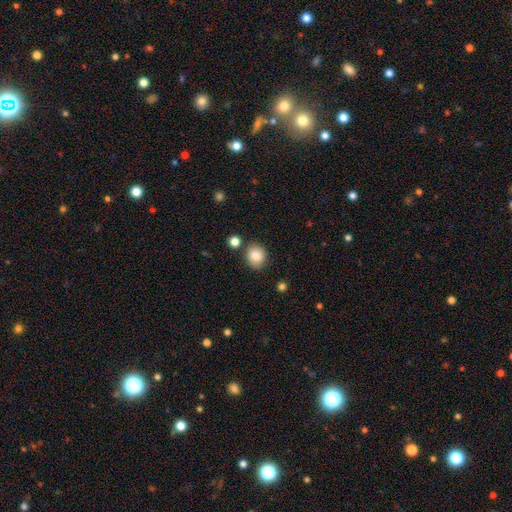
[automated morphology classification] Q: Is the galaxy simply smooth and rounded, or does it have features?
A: smooth — 85%.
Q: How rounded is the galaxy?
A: round — 72%.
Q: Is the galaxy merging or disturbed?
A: none — 81%.